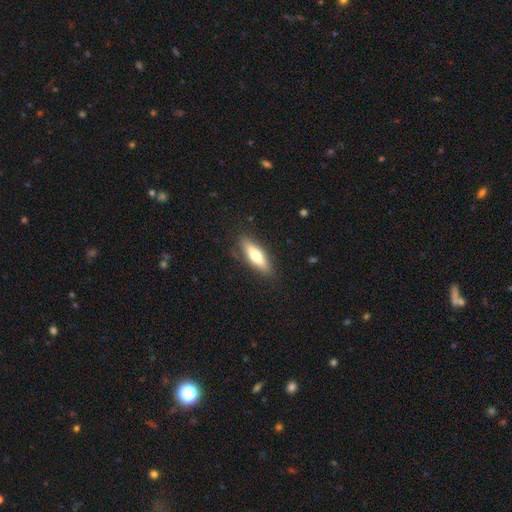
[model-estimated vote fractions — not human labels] A smooth galaxy with no disk features (58%) that is cigar-shaped (55%). Merging: none (84%).